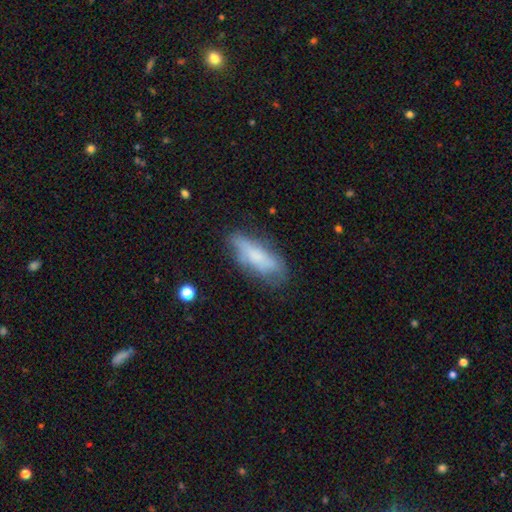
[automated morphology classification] smooth_or_featured: smooth (p=0.62) [alt: featured or disk p=0.30]
how_rounded: in between (p=0.54) [alt: cigar-shaped p=0.44]
merging: none (p=0.61) [alt: minor disturbance p=0.27]